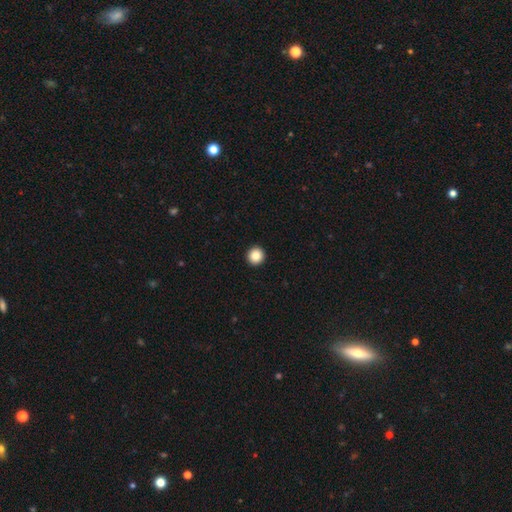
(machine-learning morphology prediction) The model was most divided on "smooth or featured": smooth: 86%, star or artifact: 9%, featured or disk: 4%. More confident: how rounded — round (95%); merging — none (94%).